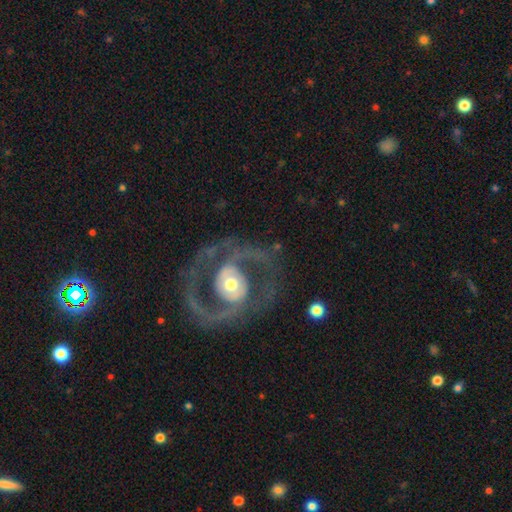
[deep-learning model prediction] Overall: featured or disk (86%). Edge-on disk: no (97%). Bar: no (55%; weak 26%). Spiral arms: yes (83%). Spiral arm count: 2 (85%). Spiral winding: medium (52%; tight 31%). Bulge size: moderate (55%; small 30%). Merging: none (74%).